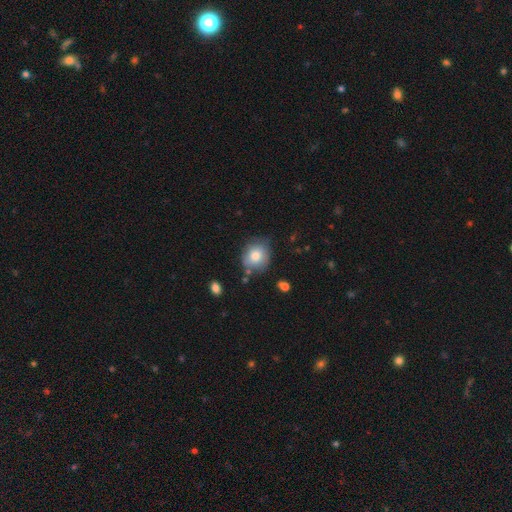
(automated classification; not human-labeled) The model was most divided on "how rounded": round: 71%, in between: 28%, cigar-shaped: 1%. More confident: smooth or featured — smooth (79%); merging — none (71%).